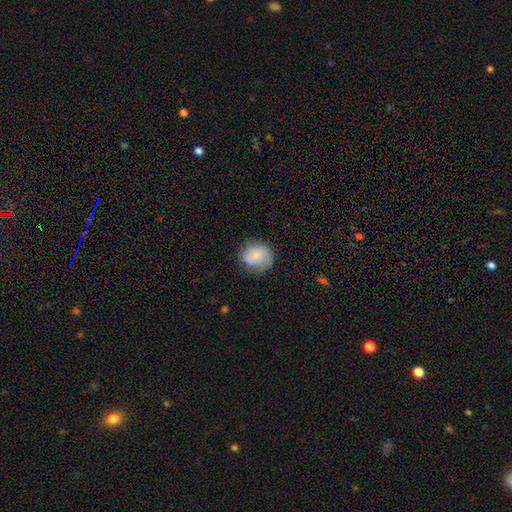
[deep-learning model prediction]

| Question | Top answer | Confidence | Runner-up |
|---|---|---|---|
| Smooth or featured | smooth | 74% | featured or disk (18%) |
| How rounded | round | 79% | in between (20%) |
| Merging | none | 67% | minor disturbance (23%) |